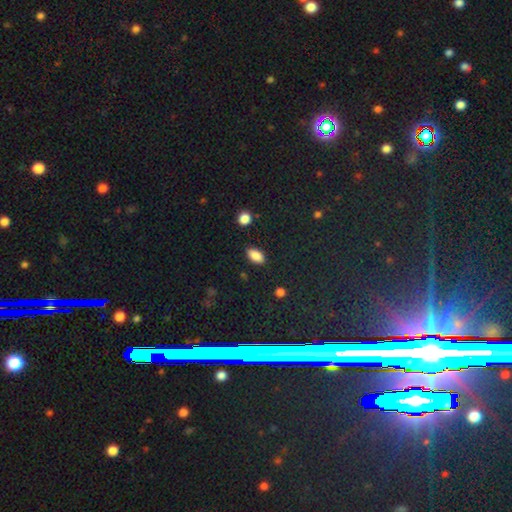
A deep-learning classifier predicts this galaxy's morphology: This appears to be a smooth galaxy with no disk features (87%) that is in between round and cigar-shaped (91%). Merging: none (87%).